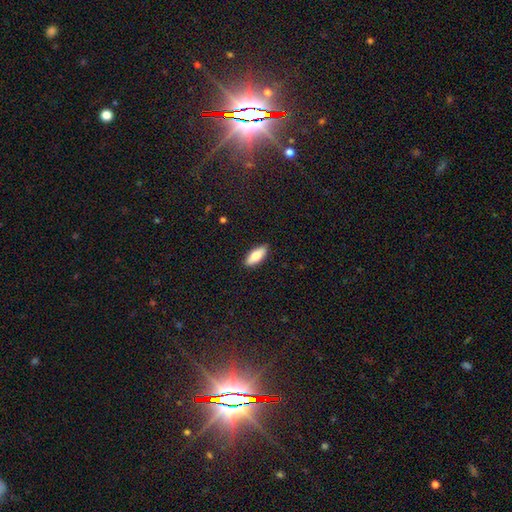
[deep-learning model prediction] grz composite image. It shows a smooth galaxy with no disk features (73%) that is in between round and cigar-shaped (74%). Merging: none (89%).